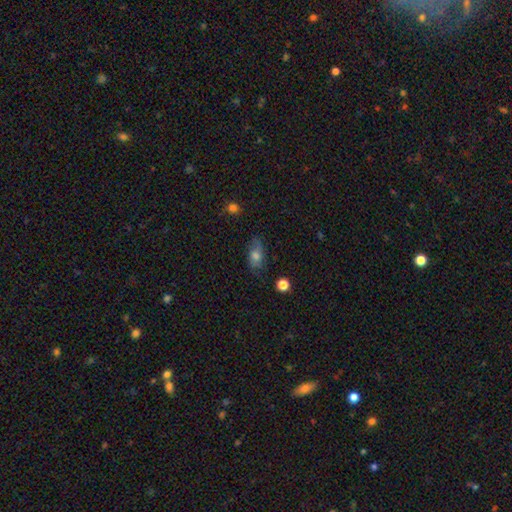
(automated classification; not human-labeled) Smooth or featured? smooth (63%)
How rounded? in between (82%)
Merging? none (73%)